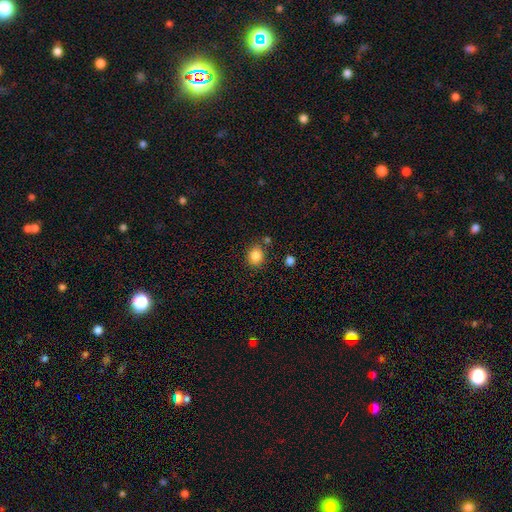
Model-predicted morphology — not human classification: A smooth galaxy with no disk features (86%) that is round (58%). Merging: none (78%).